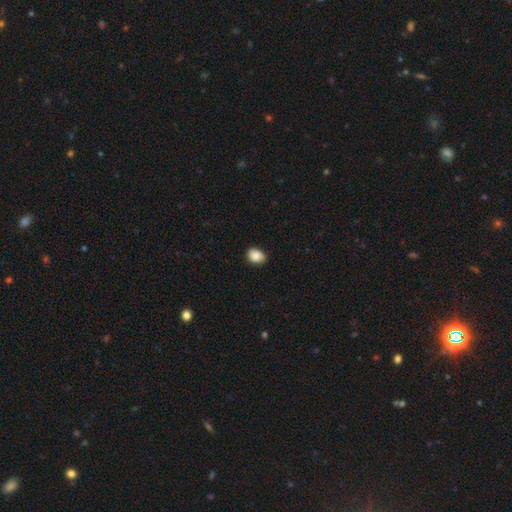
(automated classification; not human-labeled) Morphology: type=smooth (88%); roundness=in between (71%); merging=none (81%).